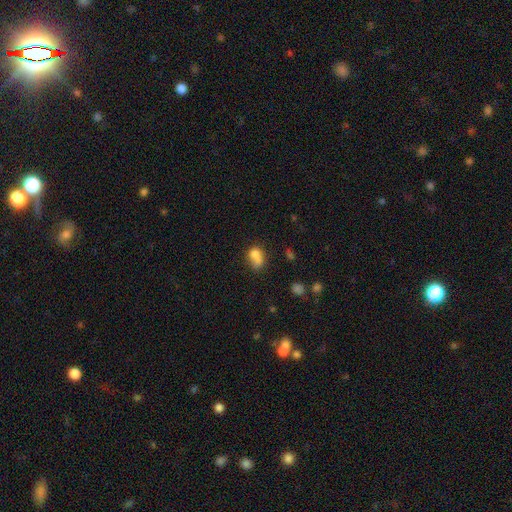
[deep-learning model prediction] This appears to be a smooth galaxy with no disk features (75%) that is in between round and cigar-shaped (63%). Merging: merger (33%).